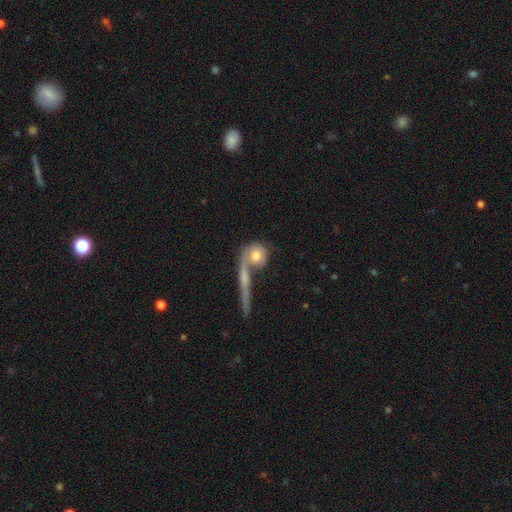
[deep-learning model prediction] smooth 58%, featured or disk 34%, star or artifact 8%. Down the decision tree: how rounded — round (74%); merging — none (41%).